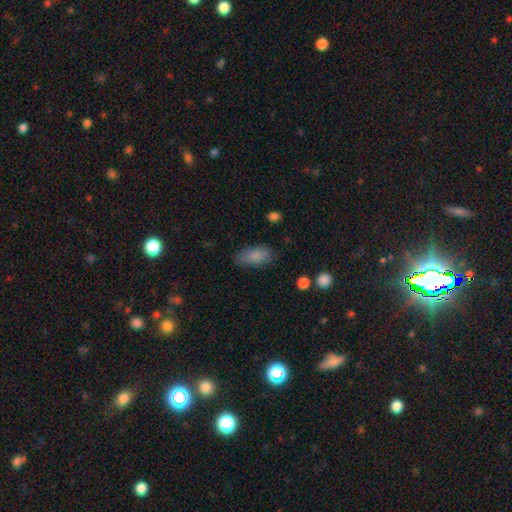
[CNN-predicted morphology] Smooth or featured? Predicted: smooth (p=0.84). How rounded? Predicted: in between (p=0.89). Merging? Predicted: none (p=0.72).